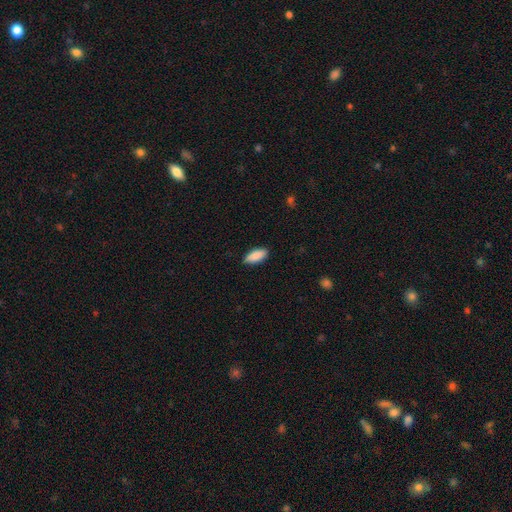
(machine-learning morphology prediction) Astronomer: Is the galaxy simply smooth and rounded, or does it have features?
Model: smooth — 89%.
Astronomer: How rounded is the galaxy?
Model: in between — 85%.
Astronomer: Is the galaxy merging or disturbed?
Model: none — 87%.